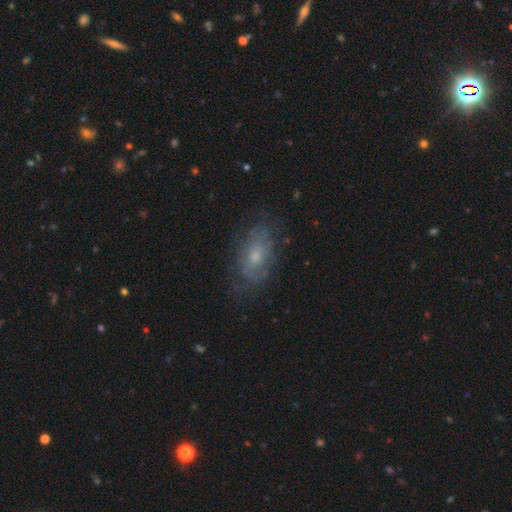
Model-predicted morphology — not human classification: featured or disk 45%, smooth 44%, star or artifact 11%. Down the decision tree: merging — none (70%).